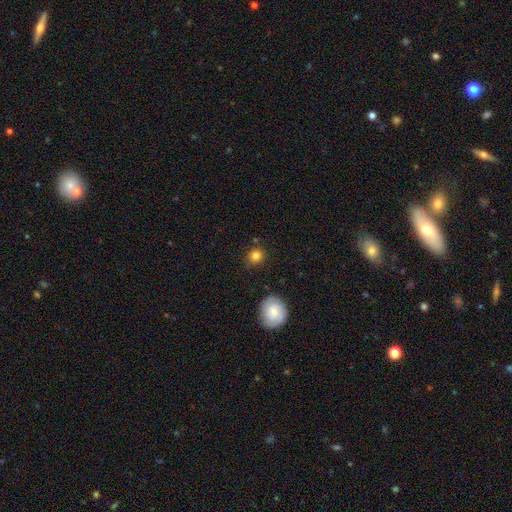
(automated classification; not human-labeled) Smooth or featured? smooth (82%)
How rounded? round (84%)
Merging? none (81%)